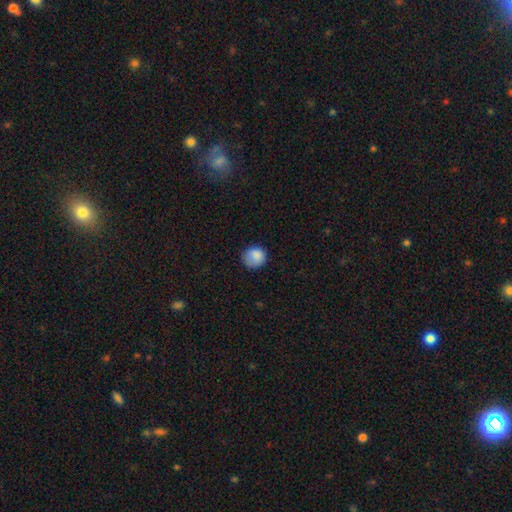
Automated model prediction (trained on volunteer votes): Smooth or featured? Predicted: smooth (p=0.85). How rounded? Predicted: round (p=0.83). Merging? Predicted: none (p=0.72).